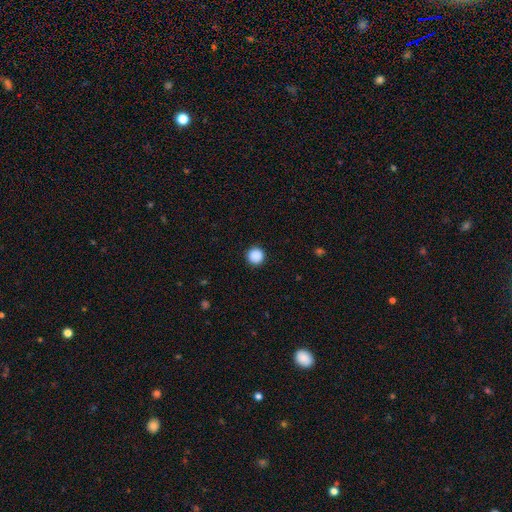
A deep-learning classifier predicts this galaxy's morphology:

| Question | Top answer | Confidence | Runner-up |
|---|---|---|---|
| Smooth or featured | smooth | 89% | star or artifact (9%) |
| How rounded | round | 96% | in between (3%) |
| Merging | none | 93% | minor disturbance (5%) |